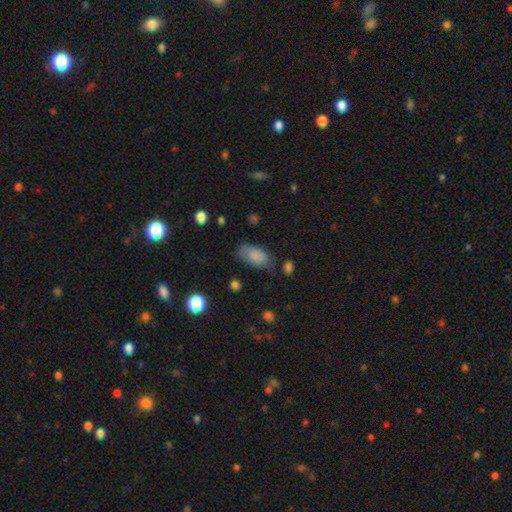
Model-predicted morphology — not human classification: A smooth galaxy with no disk features (84%) that is in between round and cigar-shaped (93%).

Vote fractions:
- Smooth or featured? smooth: 84% / featured or disk: 8% / star or artifact: 8%
- How rounded? in between: 93% / round: 4% / cigar-shaped: 4%
- Merging? none: 63% / minor disturbance: 25% / major disturbance: 9% / merger: 3%